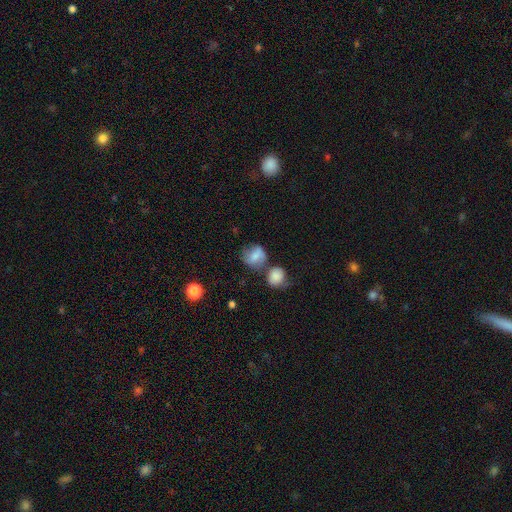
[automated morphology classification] type=smooth (70%); roundness=round (70%); merging=none (46%).